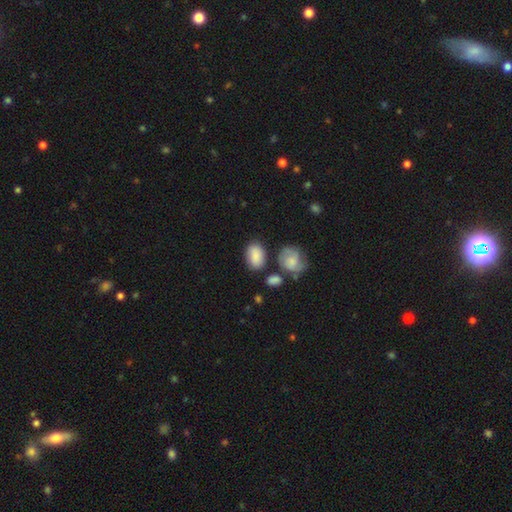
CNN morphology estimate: Smooth or featured: smooth — 83% (featured or disk — 10%)
How rounded: in between — 86% (round — 13%)
Merging: none — 68% (minor disturbance — 17%)